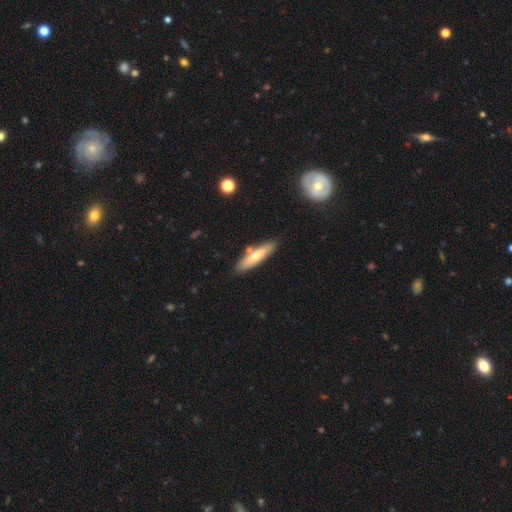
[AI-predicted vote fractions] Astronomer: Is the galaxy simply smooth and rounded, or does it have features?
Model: smooth — 59% (runner-up: featured or disk, 35%).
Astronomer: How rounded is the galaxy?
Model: cigar-shaped — 75%.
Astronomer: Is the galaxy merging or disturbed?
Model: none — 79%.